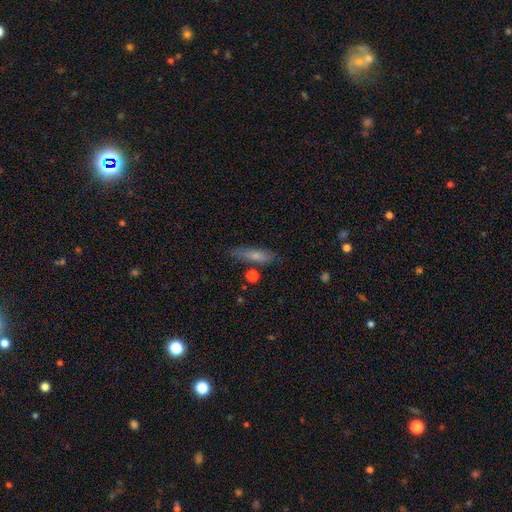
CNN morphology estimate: type=smooth (69%); roundness=cigar-shaped (69%); merging=none (74%).